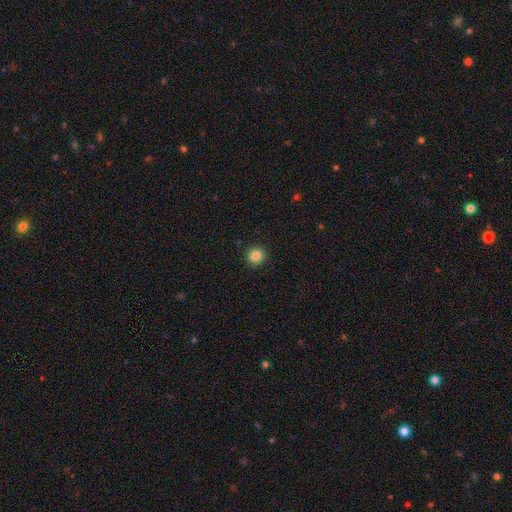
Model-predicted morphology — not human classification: Smooth or featured?
  - smooth: 84% *
  - star or artifact: 11%
  - featured or disk: 5%
How rounded?
  - round: 92% *
  - in between: 7%
  - cigar-shaped: 1%
Merging?
  - none: 92% *
  - minor disturbance: 5%
  - major disturbance: 2%
  - merger: 1%